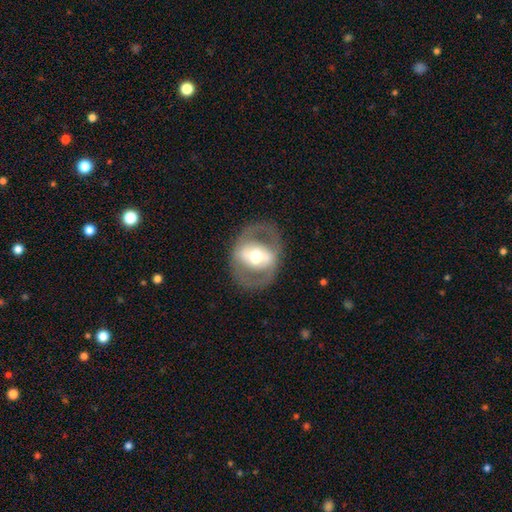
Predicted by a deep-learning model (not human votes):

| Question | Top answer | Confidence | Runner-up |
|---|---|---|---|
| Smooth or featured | featured or disk | 70% | smooth (24%) |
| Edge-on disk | no | 93% | yes (7%) |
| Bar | strong | 40% | no (31%) |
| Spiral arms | no | 64% | yes (36%) |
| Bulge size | moderate | 63% | large (21%) |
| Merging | none | 72% | minor disturbance (13%) |